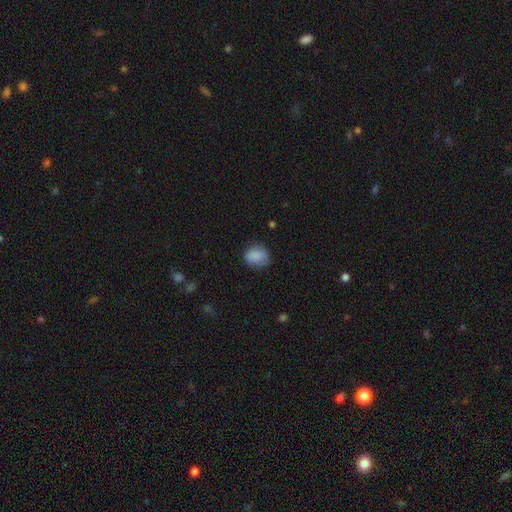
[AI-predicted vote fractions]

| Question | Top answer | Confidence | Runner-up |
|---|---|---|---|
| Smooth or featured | smooth | 86% | star or artifact (9%) |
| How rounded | round | 52% | in between (47%) |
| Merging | none | 72% | minor disturbance (21%) |